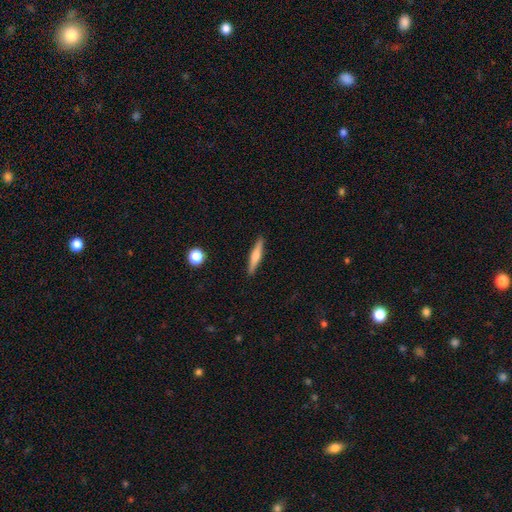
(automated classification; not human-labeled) Morphology: type=smooth (49%); merging=none (91%).